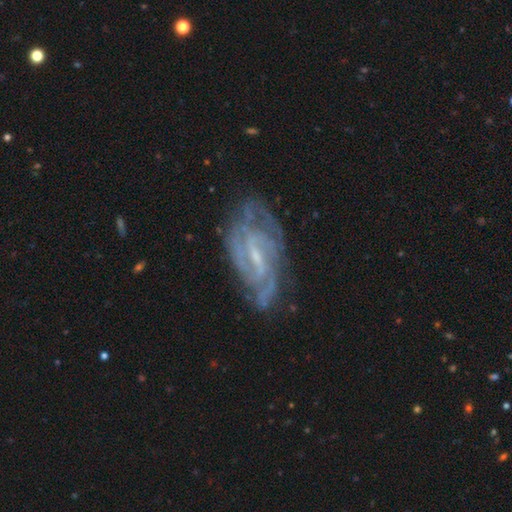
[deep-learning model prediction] Smooth or featured? featured or disk (86%)
Edge-on disk? no (94%)
Bar? weak (53%)
Spiral arms? yes (95%)
Spiral winding? tight (50%)
Spiral arm count? 2 (31%)
Bulge size? small (61%)
Merging? none (67%)